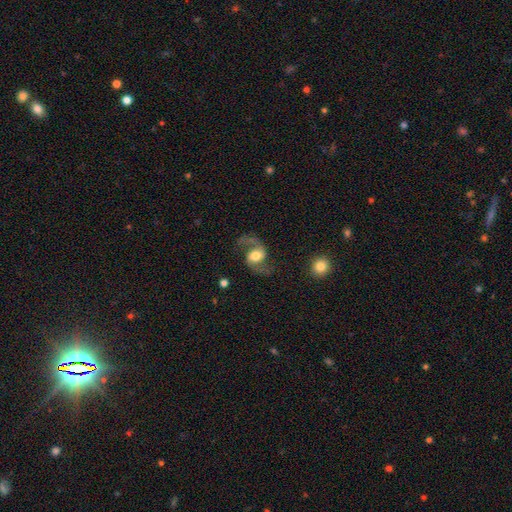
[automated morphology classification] Overall: featured or disk (87%). Edge-on disk: no (98%). Bar: weak (42%; no 40%). Spiral arms: yes (96%). Spiral arm count: 2 (94%). Spiral winding: loose (61%; medium 34%). Bulge size: moderate (56%; large 29%). Merging: none (75%).